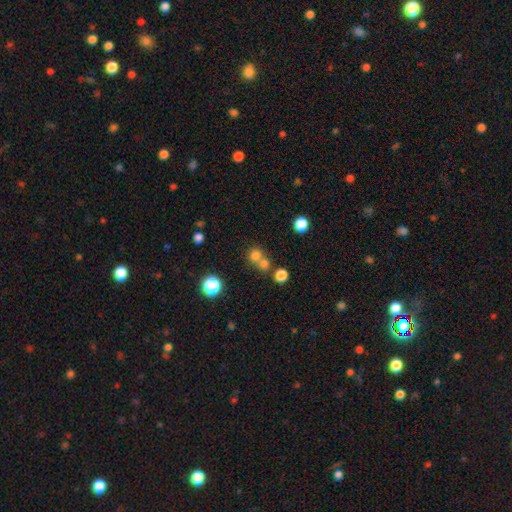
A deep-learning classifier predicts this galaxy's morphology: Smooth or featured: smooth — 73% (star or artifact — 17%)
How rounded: round — 86% (in between — 13%)
Merging: none — 46% (merger — 45%)